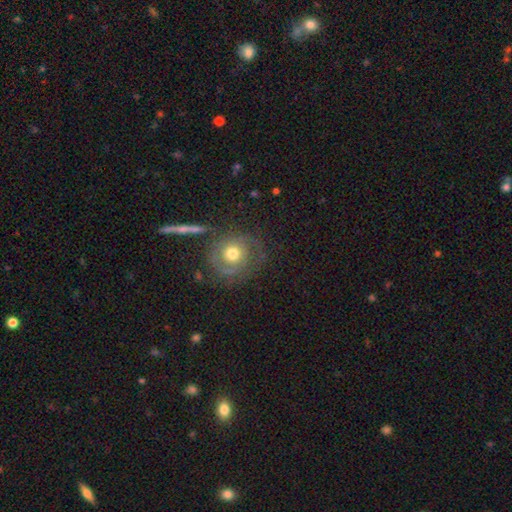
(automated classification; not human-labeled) The model was most divided on "smooth or featured": featured or disk: 45%, smooth: 37%, star or artifact: 19%. More confident: merging — none (75%).